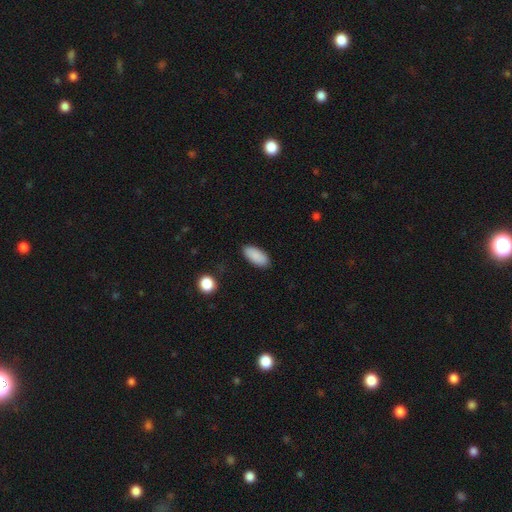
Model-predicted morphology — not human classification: Q: Smooth or featured?
A: smooth (89%); runner-up: star or artifact (7%)
Q: How rounded?
A: in between (88%); runner-up: cigar-shaped (10%)
Q: Merging?
A: none (87%); runner-up: minor disturbance (9%)